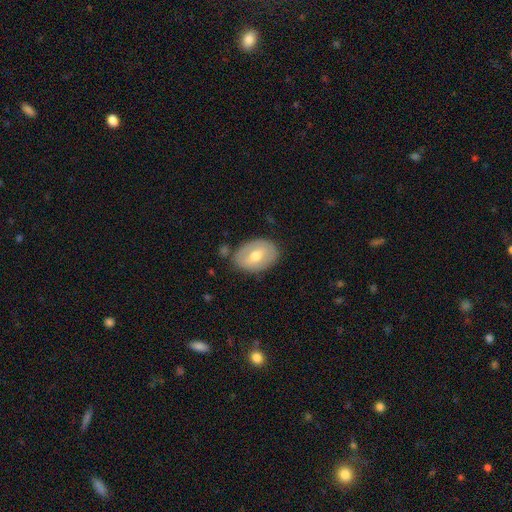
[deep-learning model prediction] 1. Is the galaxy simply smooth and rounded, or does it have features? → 52% smooth, 41% featured or disk, 6% star or artifact.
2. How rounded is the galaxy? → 82% in between, 17% round, 1% cigar-shaped.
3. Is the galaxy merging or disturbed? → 78% none, 15% minor disturbance, 4% major disturbance, 3% merger.